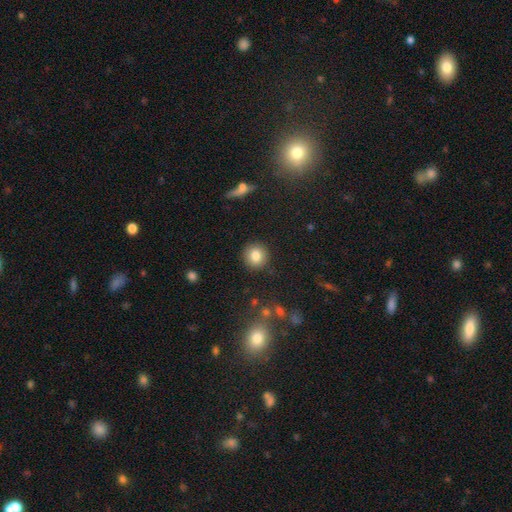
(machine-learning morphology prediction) smooth-or-featured: smooth: 83% | star or artifact: 9% | featured or disk: 8%
  how-rounded: round: 91% | in between: 8% | cigar-shaped: 1%
  merging: none: 90% | minor disturbance: 6% | major disturbance: 2% | merger: 2%